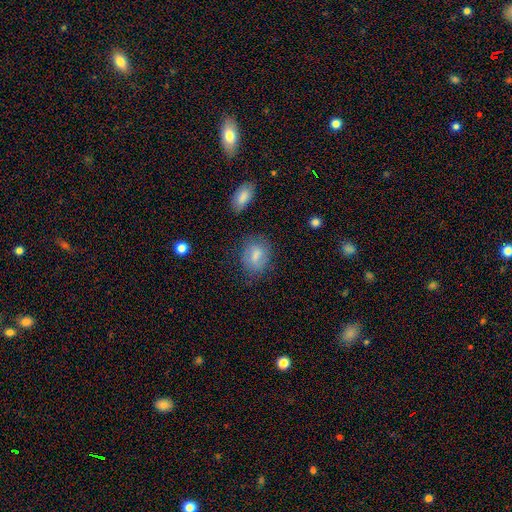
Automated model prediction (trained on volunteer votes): smooth_or_featured: smooth (p=0.76) [alt: featured or disk p=0.16]
how_rounded: in between (p=0.62) [alt: round p=0.36]
merging: none (p=0.72) [alt: minor disturbance p=0.18]